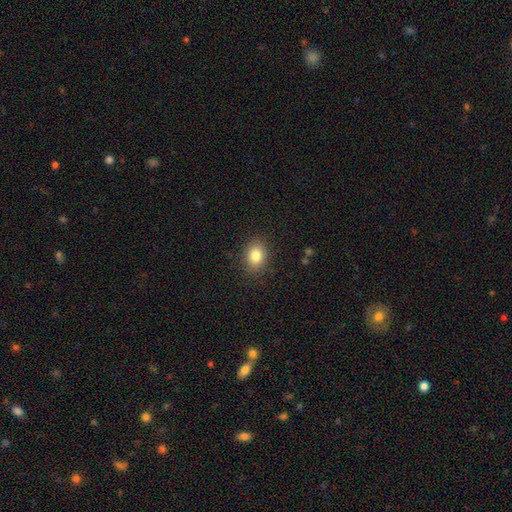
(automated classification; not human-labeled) Overall: smooth (83%). How rounded: in between (69%; round 30%). Merging: none (86%).